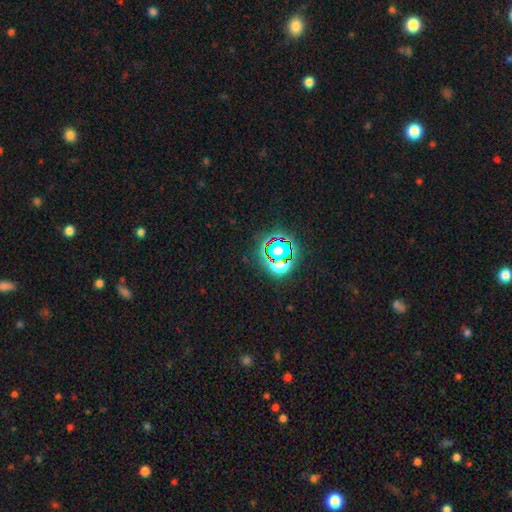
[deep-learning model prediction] smooth_or_featured: star or artifact (p=0.77) [alt: smooth p=0.15]